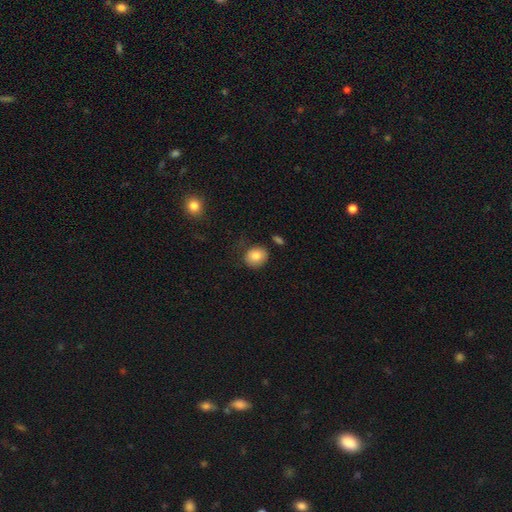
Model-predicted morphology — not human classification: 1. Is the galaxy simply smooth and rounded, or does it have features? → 82% smooth, 9% featured or disk, 9% star or artifact.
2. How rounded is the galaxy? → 72% round, 27% in between, 1% cigar-shaped.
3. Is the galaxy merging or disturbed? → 77% none, 15% minor disturbance, 5% major disturbance, 4% merger.